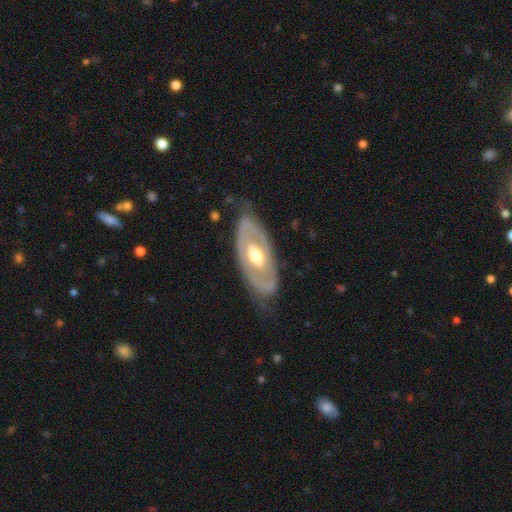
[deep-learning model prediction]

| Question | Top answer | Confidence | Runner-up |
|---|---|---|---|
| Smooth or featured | featured or disk | 67% | smooth (29%) |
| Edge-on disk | no | 86% | yes (14%) |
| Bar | no | 77% | weak (16%) |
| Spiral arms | no | 71% | yes (29%) |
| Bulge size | moderate | 73% | large (14%) |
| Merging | none | 71% | minor disturbance (20%) |